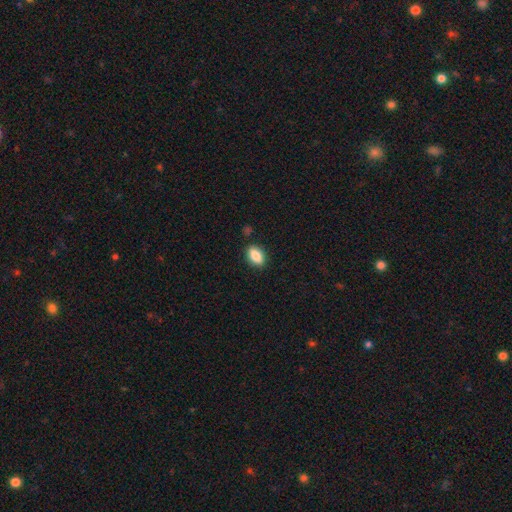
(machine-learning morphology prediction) smooth 86%, star or artifact 7%, featured or disk 6%. Down the decision tree: how rounded — in between (88%); merging — none (86%).